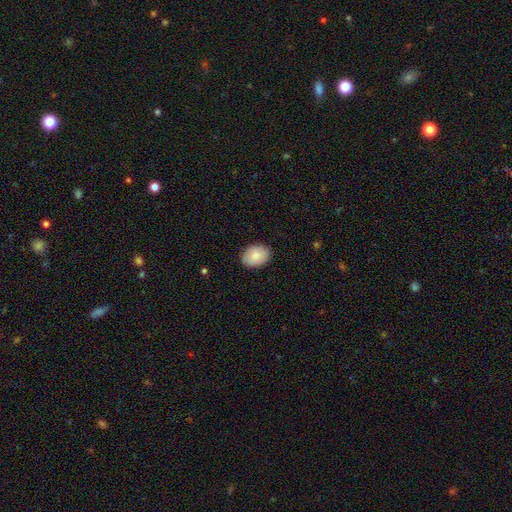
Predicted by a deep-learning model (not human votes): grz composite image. It shows a smooth galaxy with no disk features (85%) that is in between round and cigar-shaped (76%). Merging: none (86%).